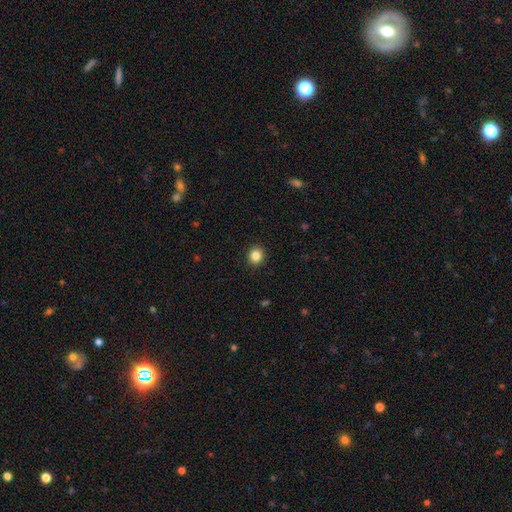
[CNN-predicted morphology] smooth 85%, star or artifact 10%, featured or disk 5%. Down the decision tree: how rounded — round (81%); merging — none (92%).